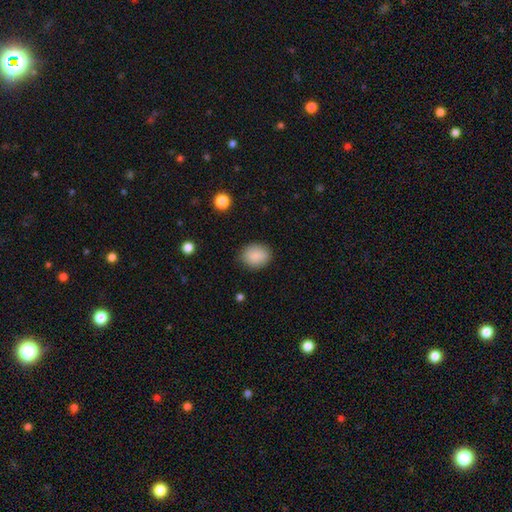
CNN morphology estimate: Smooth or featured? smooth (87%)
How rounded? round (56%)
Merging? none (85%)